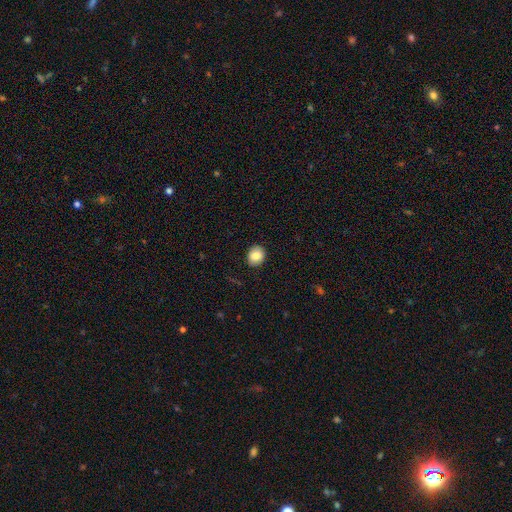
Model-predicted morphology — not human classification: Smooth or featured? smooth (84%)
How rounded? round (66%)
Merging? none (90%)